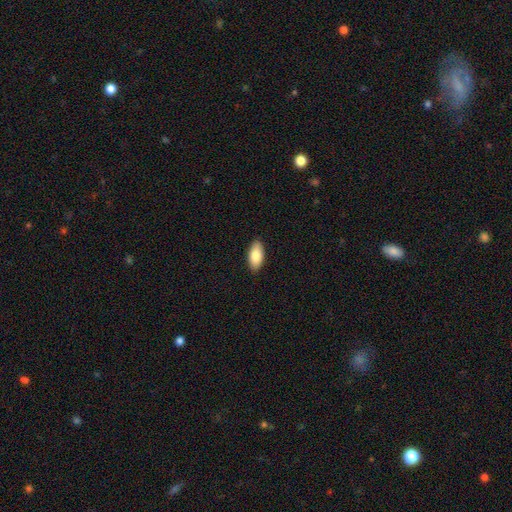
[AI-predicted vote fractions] Smooth or featured?
  - smooth: 83% *
  - featured or disk: 11%
  - star or artifact: 6%
How rounded?
  - in between: 91% *
  - cigar-shaped: 7%
  - round: 2%
Merging?
  - none: 90% *
  - minor disturbance: 8%
  - major disturbance: 2%
  - merger: 1%